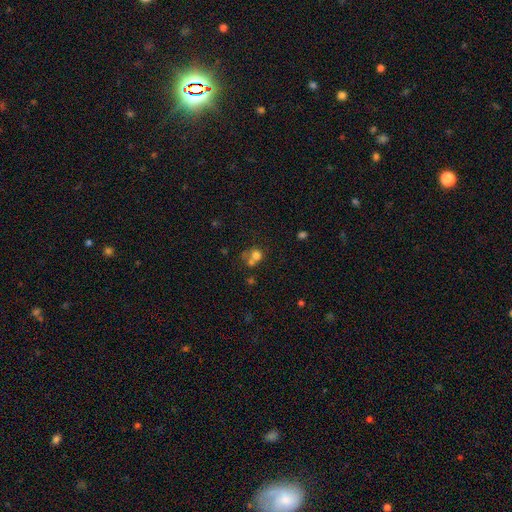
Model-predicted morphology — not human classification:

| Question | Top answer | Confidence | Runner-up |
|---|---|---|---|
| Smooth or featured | smooth | 68% | featured or disk (17%) |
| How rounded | round | 76% | in between (23%) |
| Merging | merger | 50% | none (34%) |